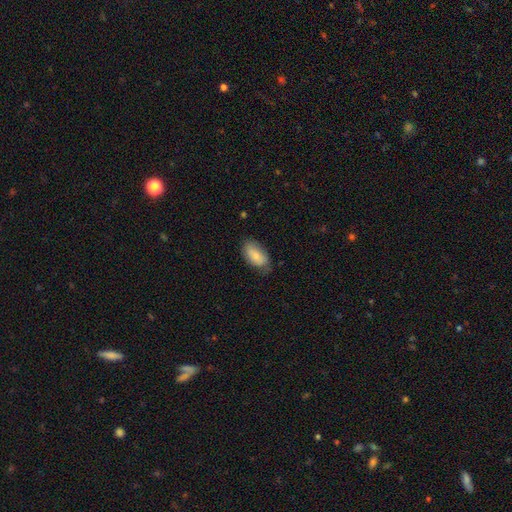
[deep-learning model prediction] Morphology: type=smooth (76%); roundness=in between (93%); merging=none (64%).